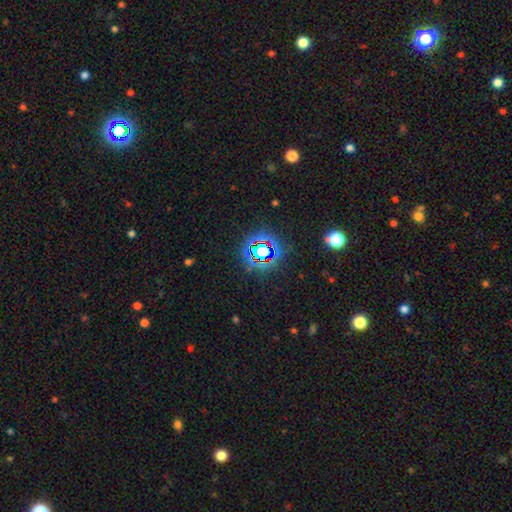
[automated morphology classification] smooth_or_featured: star or artifact (p=0.77) [alt: smooth p=0.15]